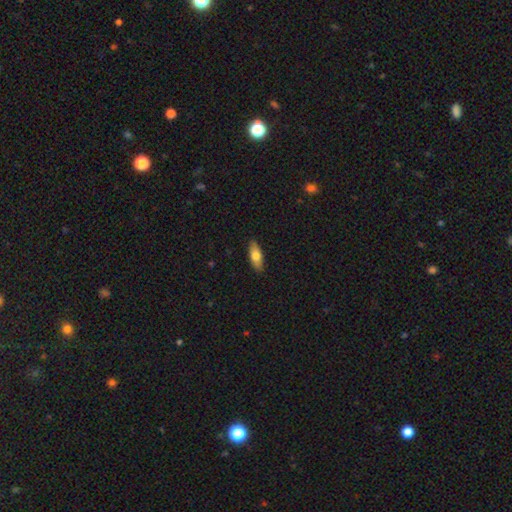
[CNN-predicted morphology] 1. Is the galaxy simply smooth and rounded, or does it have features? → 69% smooth, 25% featured or disk, 6% star or artifact.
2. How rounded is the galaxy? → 66% in between, 31% cigar-shaped, 3% round.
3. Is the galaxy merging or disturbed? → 89% none, 9% minor disturbance, 2% major disturbance, 1% merger.